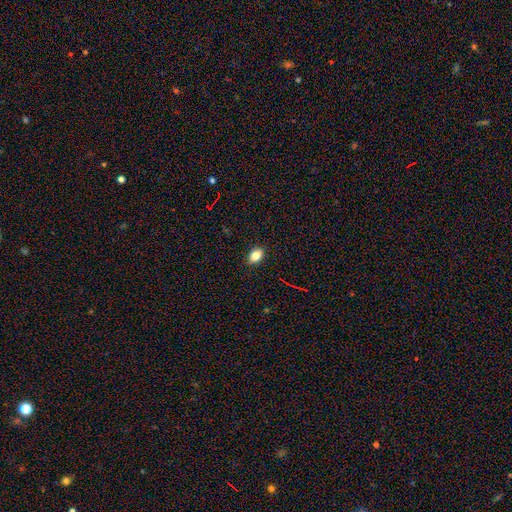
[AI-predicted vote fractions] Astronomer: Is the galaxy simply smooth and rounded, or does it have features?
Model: smooth — 83%.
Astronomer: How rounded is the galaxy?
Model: in between — 81%.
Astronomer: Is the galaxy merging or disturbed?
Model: none — 89%.